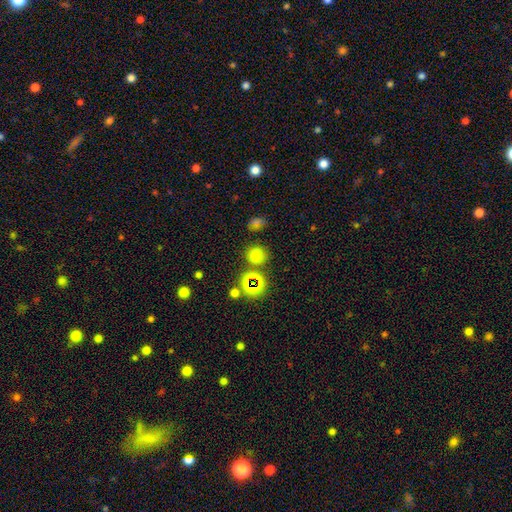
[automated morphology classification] This appears to be a smooth galaxy with no disk features (65%) that is round (75%). Merging: none (74%).